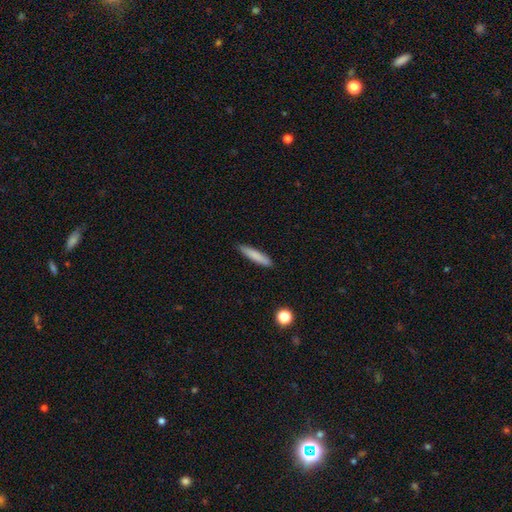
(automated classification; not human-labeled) A smooth galaxy with no disk features (81%) that is cigar-shaped (90%). Merging: none (88%).